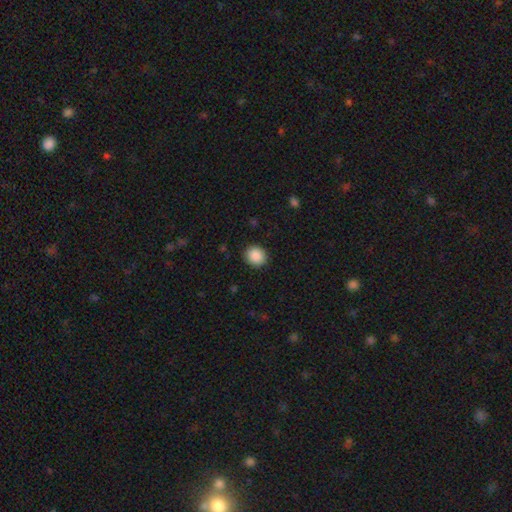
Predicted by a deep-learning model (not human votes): Smooth or featured: smooth — 89% (star or artifact — 8%)
How rounded: round — 78% (in between — 21%)
Merging: none — 90% (minor disturbance — 7%)